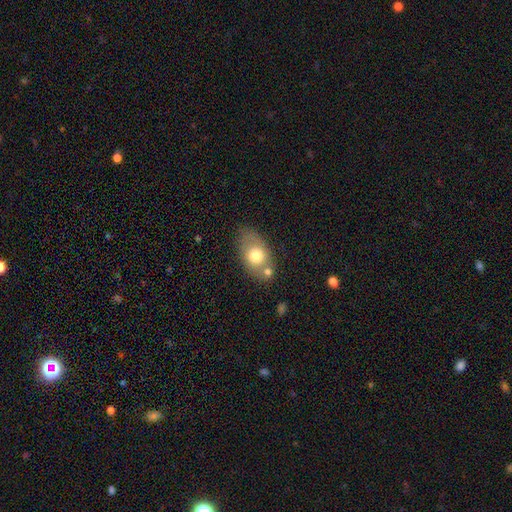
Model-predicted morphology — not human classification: Overall: smooth (69%). How rounded: in between (83%). Merging: none (61%).